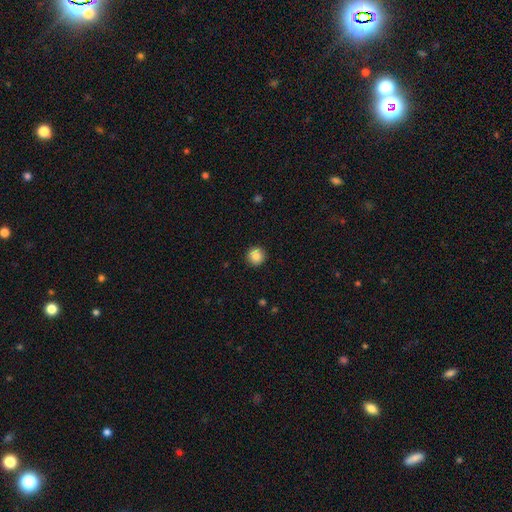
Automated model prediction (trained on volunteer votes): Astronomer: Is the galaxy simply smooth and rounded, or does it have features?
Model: smooth — 87%.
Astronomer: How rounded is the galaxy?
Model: round — 94%.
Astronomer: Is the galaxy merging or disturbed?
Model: none — 91%.